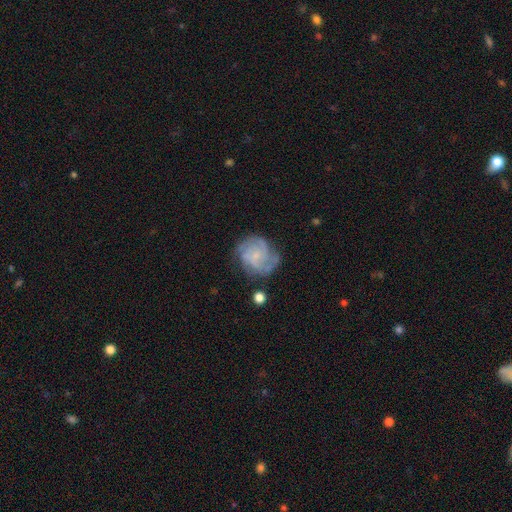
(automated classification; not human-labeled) A featured or disk galaxy (78%) with no bar (66%), 3 (35%) tight (49%) spiral arms (94%) and a small central bulge (62%). Merging: none (67%).